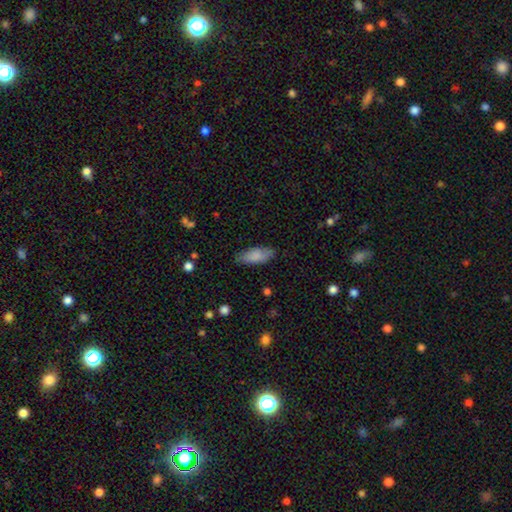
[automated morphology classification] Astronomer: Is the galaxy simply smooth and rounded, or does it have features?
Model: smooth — 84%.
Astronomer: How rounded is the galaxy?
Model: in between — 78%.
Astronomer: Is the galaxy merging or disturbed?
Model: none — 79%.